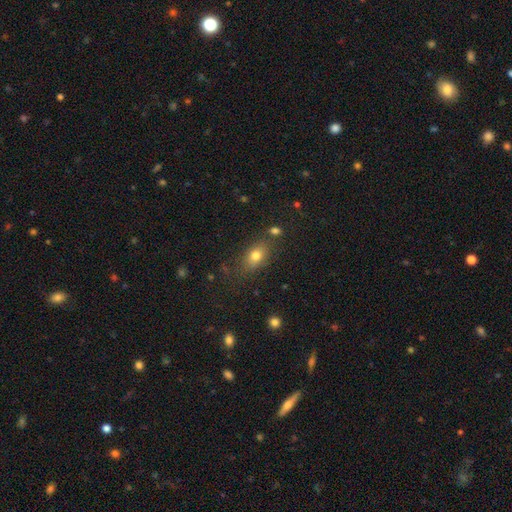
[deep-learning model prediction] This appears to be a smooth galaxy with no disk features (74%) that is in between round and cigar-shaped (76%). Merging: none (73%).